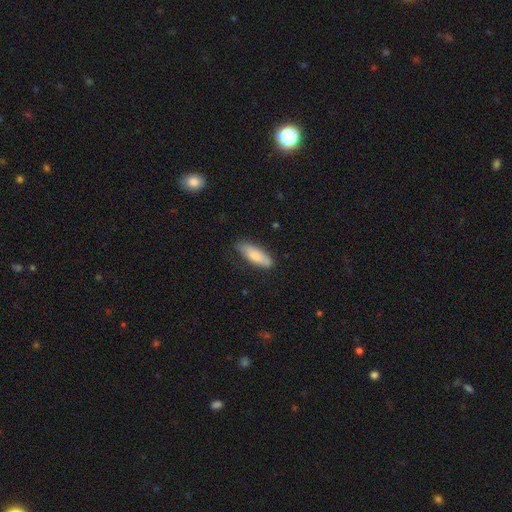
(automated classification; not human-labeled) Q: Smooth or featured?
A: smooth (79%); runner-up: featured or disk (15%)
Q: How rounded?
A: in between (58%); runner-up: cigar-shaped (40%)
Q: Merging?
A: none (77%); runner-up: minor disturbance (19%)